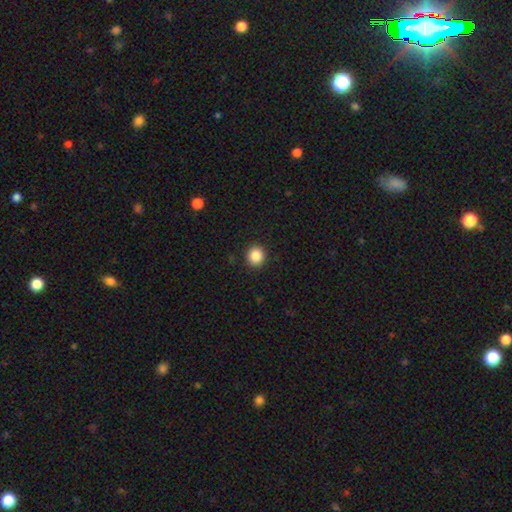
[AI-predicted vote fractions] This appears to be a smooth galaxy with no disk features (87%) that is round (85%). Merging: none (91%).